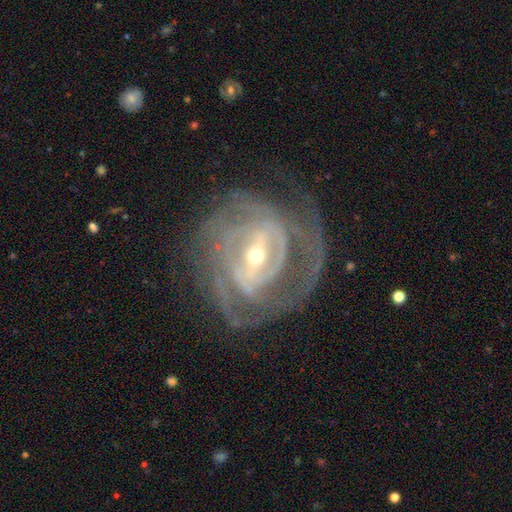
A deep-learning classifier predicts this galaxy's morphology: type=featured or disk (90%); edge-on=no (96%); bar=strong (51%); spiral arms=yes (96%); winding=tight (66%); arm count=can't tell (26%); bulge=small (55%); merging=none (69%).